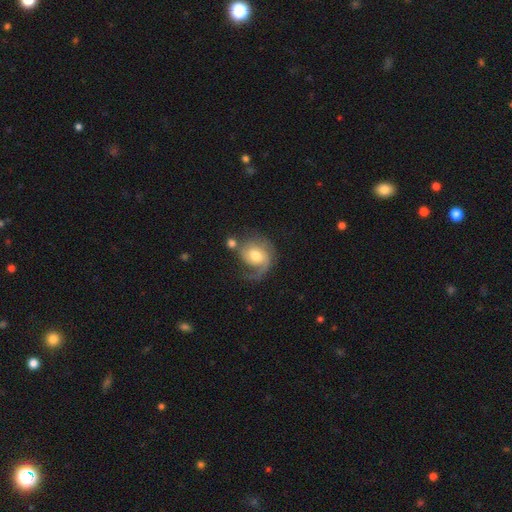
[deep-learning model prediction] Overall: featured or disk (70%). Edge-on disk: no (97%). Bar: no (61%; weak 33%). Spiral arms: yes (91%). Spiral arm count: 1 (57%; 2 30%). Spiral winding: medium (40%; tight 32%). Bulge size: moderate (69%). Merging: none (45%; major disturbance 24%).